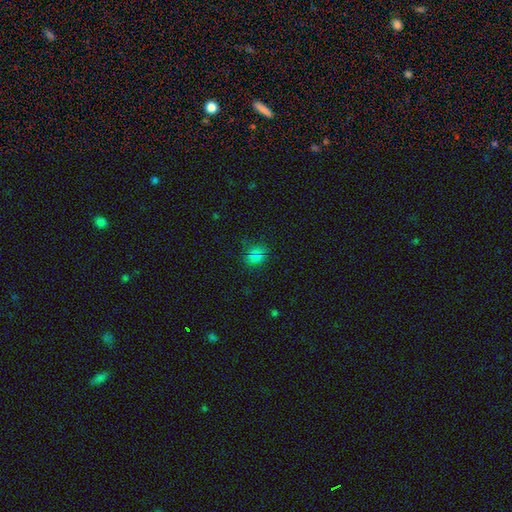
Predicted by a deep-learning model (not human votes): This is likely a smooth galaxy (71%). How rounded: likely round (61%). Merging: likely none (77%).